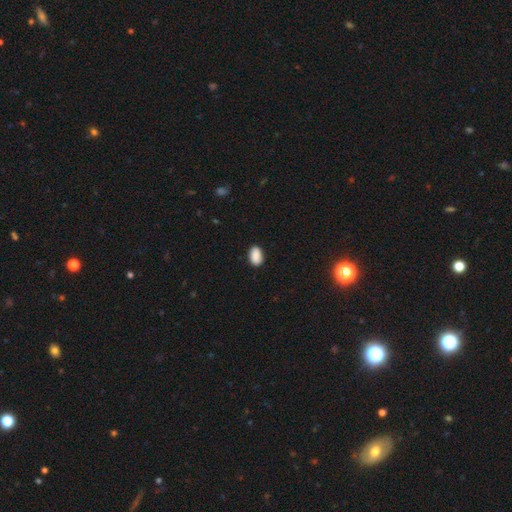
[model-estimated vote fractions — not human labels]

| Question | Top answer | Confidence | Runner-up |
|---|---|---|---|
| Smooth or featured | smooth | 90% | star or artifact (7%) |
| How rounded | in between | 91% | round (8%) |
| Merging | none | 87% | minor disturbance (10%) |